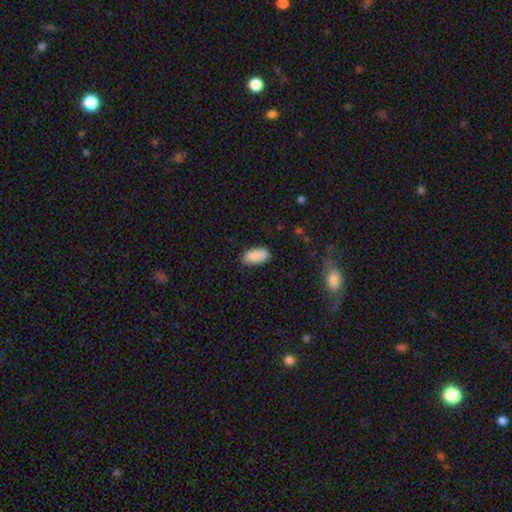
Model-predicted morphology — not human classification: Smooth or featured: smooth — 87% (star or artifact — 7%)
How rounded: in between — 94% (cigar-shaped — 3%)
Merging: none — 77% (minor disturbance — 18%)